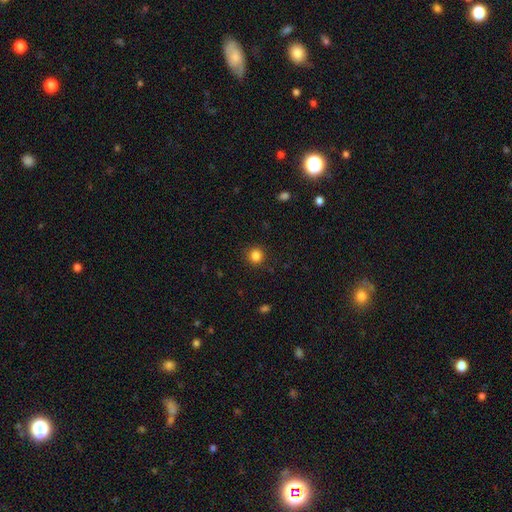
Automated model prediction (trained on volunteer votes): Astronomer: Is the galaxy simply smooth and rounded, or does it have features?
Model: smooth — 84%.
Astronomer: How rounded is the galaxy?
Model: round — 93%.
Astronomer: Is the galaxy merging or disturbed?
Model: none — 90%.